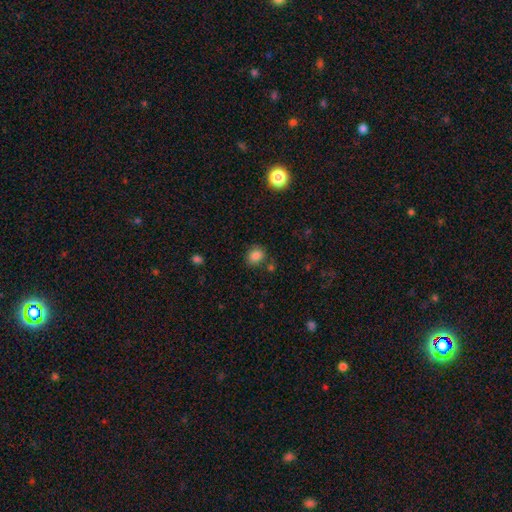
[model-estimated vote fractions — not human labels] Q: Smooth or featured?
A: smooth (84%); runner-up: star or artifact (11%)
Q: How rounded?
A: round (64%); runner-up: in between (35%)
Q: Merging?
A: none (78%); runner-up: minor disturbance (13%)